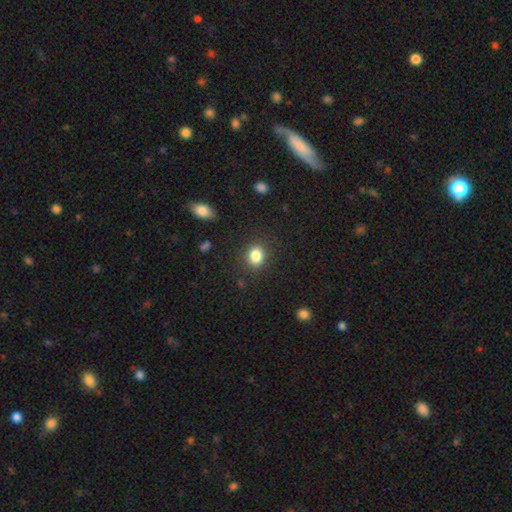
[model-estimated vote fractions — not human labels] A smooth galaxy with no disk features (85%) that is round (50%). Merging: none (86%).